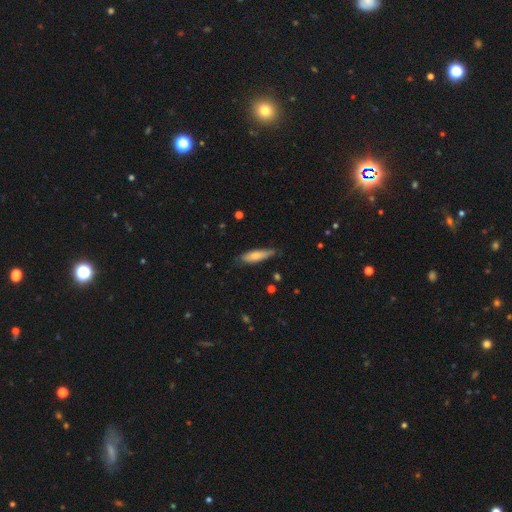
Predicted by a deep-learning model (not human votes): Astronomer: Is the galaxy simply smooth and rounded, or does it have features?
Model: smooth — 72%.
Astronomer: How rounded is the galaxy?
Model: cigar-shaped — 65%.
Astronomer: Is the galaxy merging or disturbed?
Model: none — 73%.